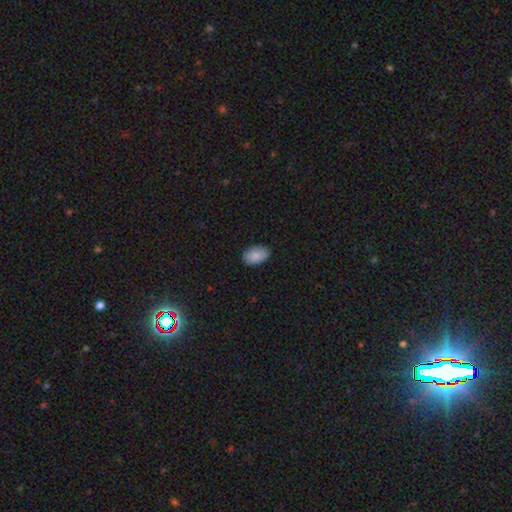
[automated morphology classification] Smooth or featured? Predicted: smooth (p=0.88). How rounded? Predicted: in between (p=0.90). Merging? Predicted: none (p=0.87).